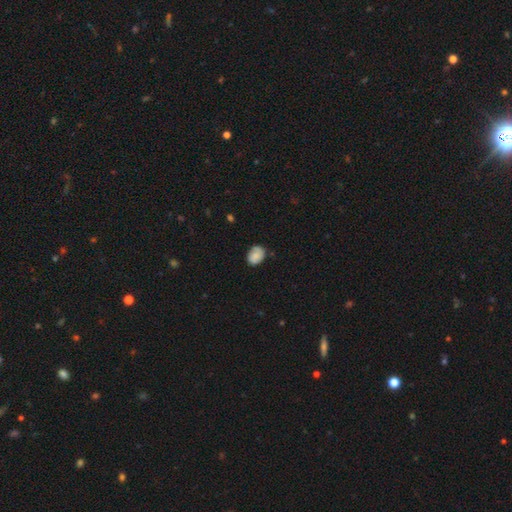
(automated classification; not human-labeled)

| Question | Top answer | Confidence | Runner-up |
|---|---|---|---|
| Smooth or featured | smooth | 78% | featured or disk (14%) |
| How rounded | in between | 63% | round (36%) |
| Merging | none | 65% | minor disturbance (27%) |